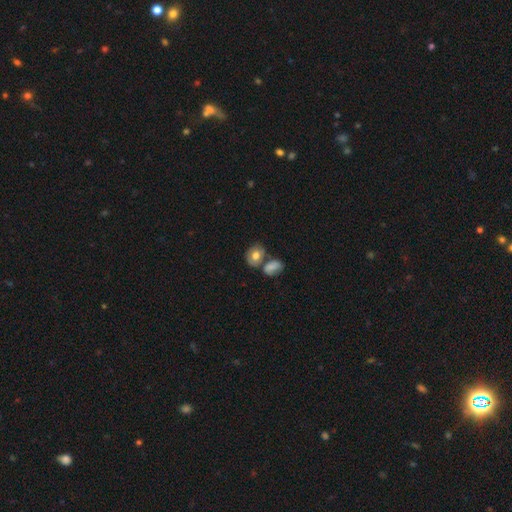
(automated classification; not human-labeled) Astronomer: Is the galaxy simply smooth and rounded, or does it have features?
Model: smooth — 49% (runner-up: star or artifact, 30%).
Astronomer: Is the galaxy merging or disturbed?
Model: none — 54%.